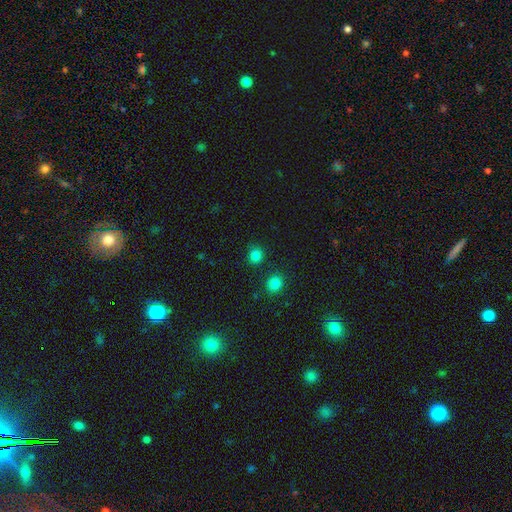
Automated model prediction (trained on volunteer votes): Q: Smooth or featured?
A: smooth (83%); runner-up: star or artifact (14%)
Q: How rounded?
A: round (85%); runner-up: in between (14%)
Q: Merging?
A: none (85%); runner-up: minor disturbance (8%)